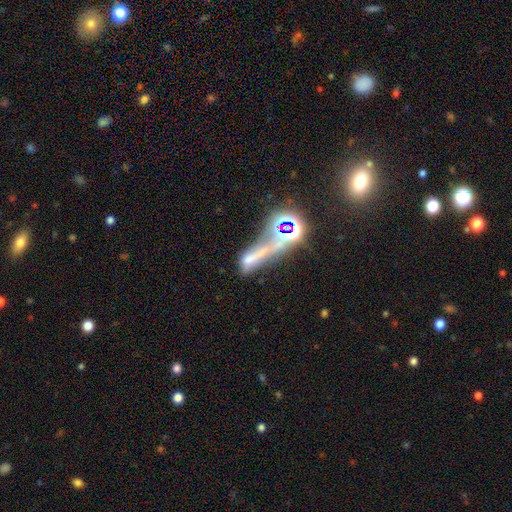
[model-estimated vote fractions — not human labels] star or artifact 37%, smooth 35%, featured or disk 28%.